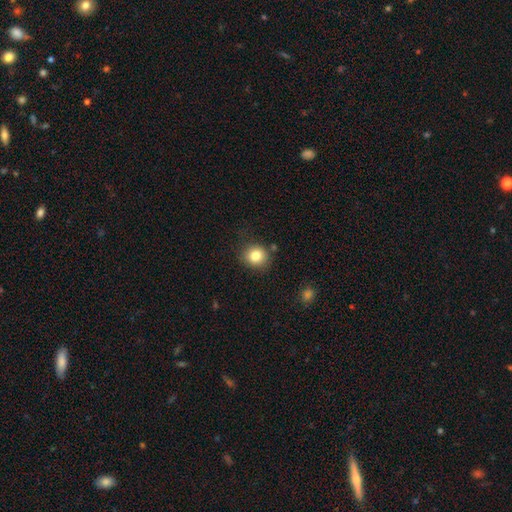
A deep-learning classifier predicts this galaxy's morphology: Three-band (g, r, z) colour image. It shows a smooth galaxy with no disk features (82%) that is round (85%). Merging: none (82%).